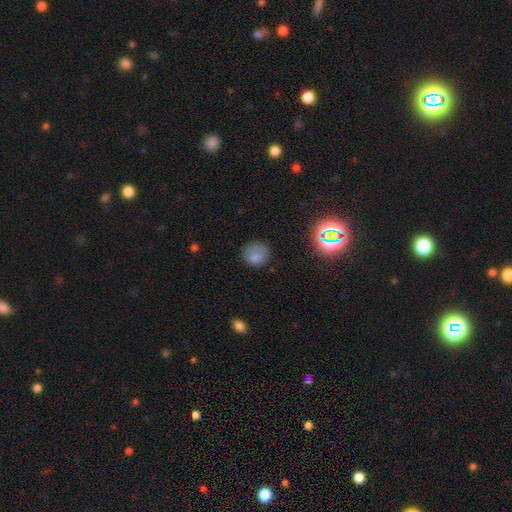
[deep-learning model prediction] smooth_or_featured: smooth (p=0.73) [alt: star or artifact p=0.15]
how_rounded: round (p=0.76) [alt: in between p=0.23]
merging: none (p=0.64) [alt: minor disturbance p=0.23]